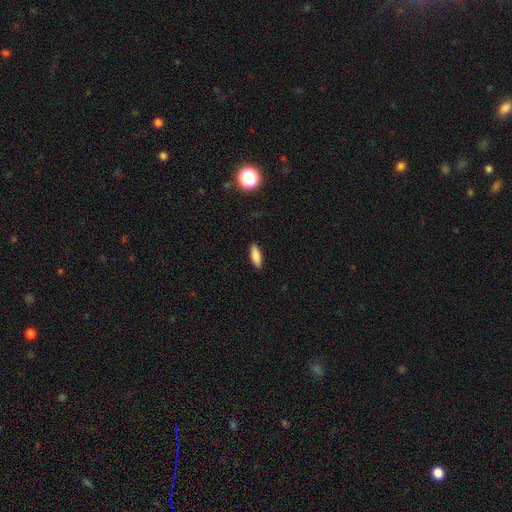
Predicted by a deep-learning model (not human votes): smooth 85%, star or artifact 8%, featured or disk 7%. Down the decision tree: how rounded — in between (60%); merging — none (88%).